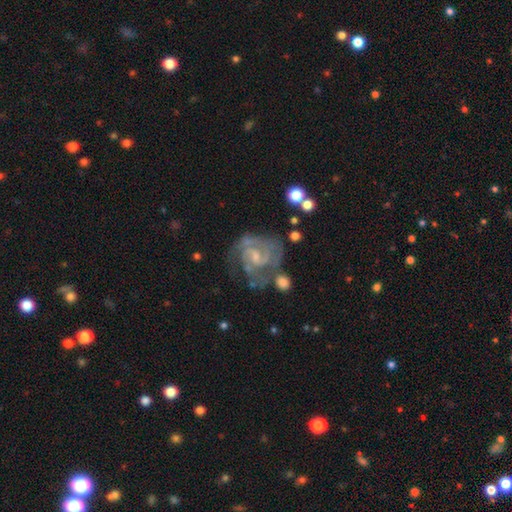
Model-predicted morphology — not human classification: Smooth or featured: featured or disk — 87% (smooth — 7%)
Edge-on disk: no — 98% (yes — 2%)
Bar: weak — 54% (no — 35%)
Spiral arms: yes — 96% (no — 4%)
Spiral winding: tight — 47% (medium — 44%)
Spiral arm count: 2 — 62% (3 — 15%)
Bulge size: small — 60% (moderate — 25%)
Merging: none — 55% (minor disturbance — 21%)